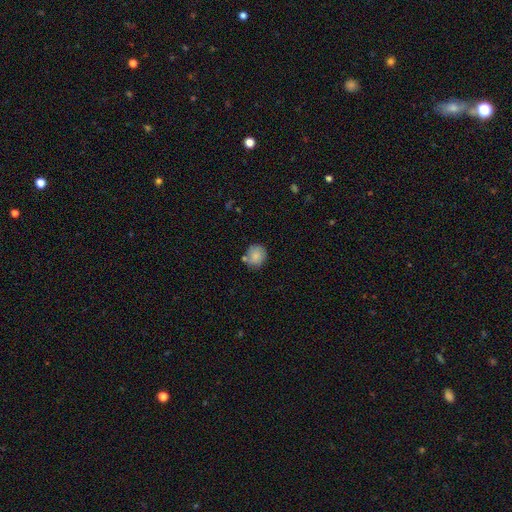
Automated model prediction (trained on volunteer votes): smooth 81%, featured or disk 11%, star or artifact 8%. Down the decision tree: how rounded — round (85%); merging — none (67%).